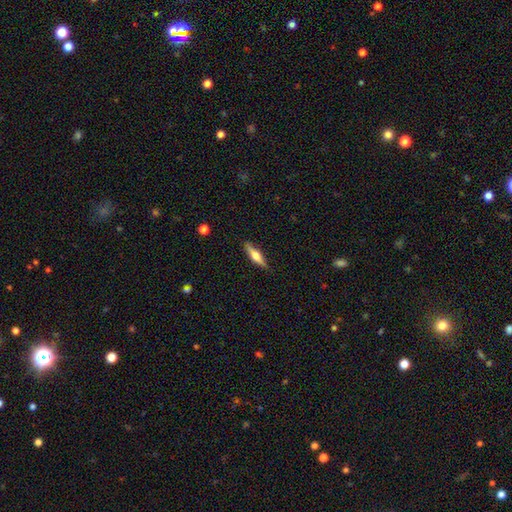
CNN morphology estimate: smooth_or_featured: featured or disk (p=0.55) [alt: smooth p=0.39]
disk_edge_on: yes (p=0.95) [alt: no p=0.05]
edge_on_bulge: rounded (p=0.92) [alt: boxy p=0.05]
merging: none (p=0.87) [alt: minor disturbance p=0.10]